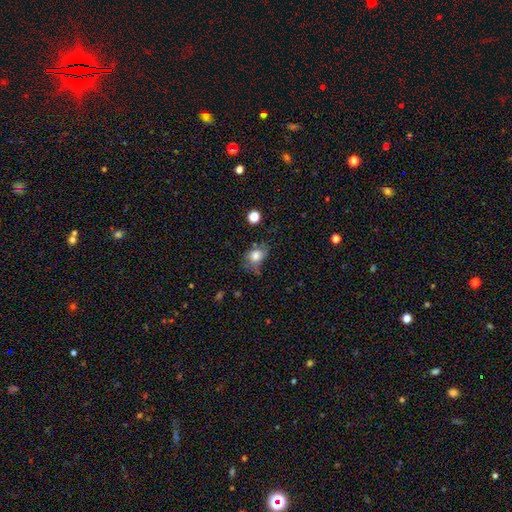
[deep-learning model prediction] This appears to be a smooth galaxy with no disk features (74%) that is in between round and cigar-shaped (64%). Merging: none (41%).